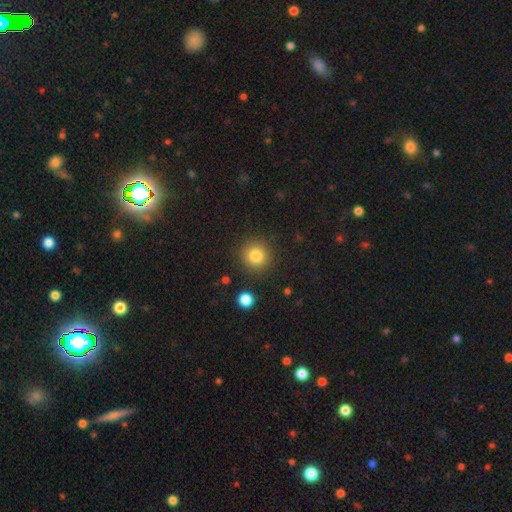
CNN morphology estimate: This appears to be a smooth galaxy with no disk features (83%) that is round (92%). Merging: none (88%).